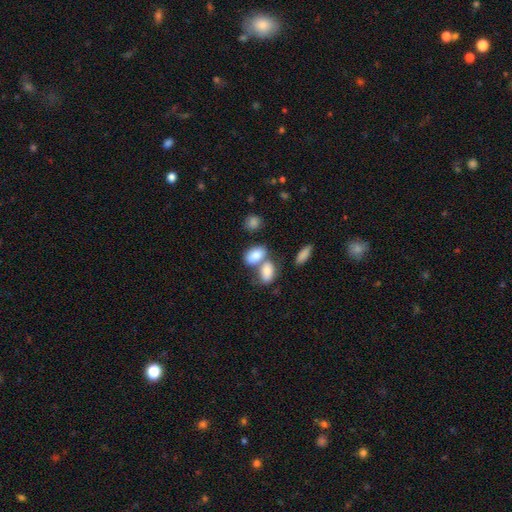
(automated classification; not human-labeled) Smooth or featured? Predicted: smooth (p=0.82). How rounded? Predicted: in between (p=0.90). Merging? Predicted: merger (p=0.48).